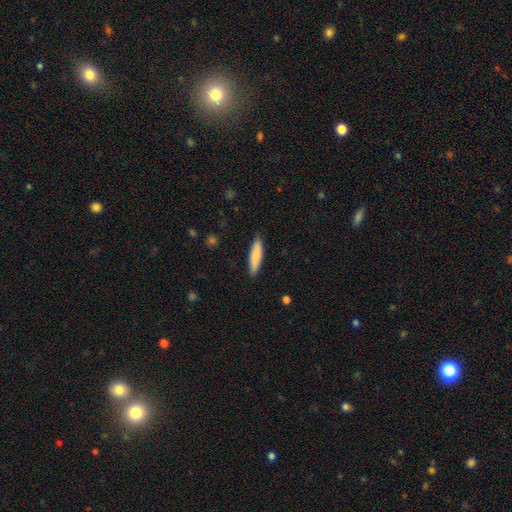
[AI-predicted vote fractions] smooth_or_featured: smooth (p=0.78) [alt: featured or disk p=0.16]
how_rounded: cigar-shaped (p=0.73) [alt: in between p=0.25]
merging: none (p=0.87) [alt: minor disturbance p=0.10]